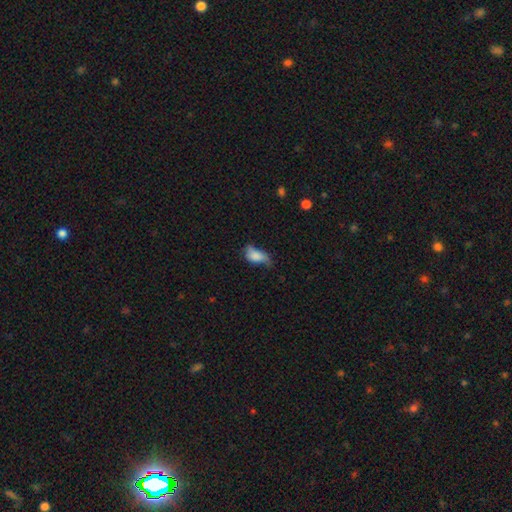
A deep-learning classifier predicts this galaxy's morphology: Overall: smooth (76%). How rounded: in between (89%). Merging: minor disturbance (41%; none 30%).